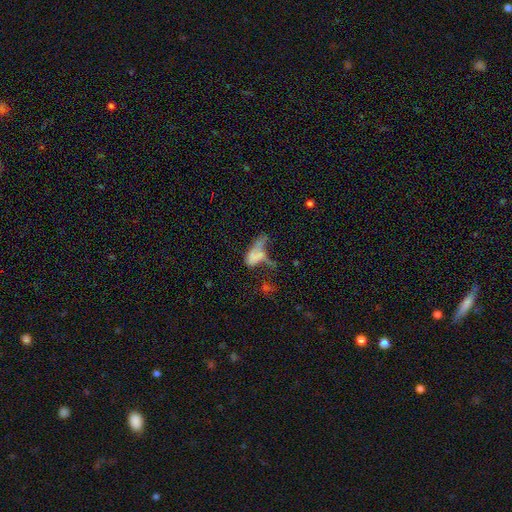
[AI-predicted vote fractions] A smooth galaxy with no disk features (55%) that is in between round and cigar-shaped (80%).

Vote fractions:
- Smooth or featured? smooth: 55% / featured or disk: 30% / star or artifact: 16%
- How rounded? in between: 80% / cigar-shaped: 14% / round: 6%
- Merging? major disturbance: 43% / merger: 27% / none: 15% / minor disturbance: 14%